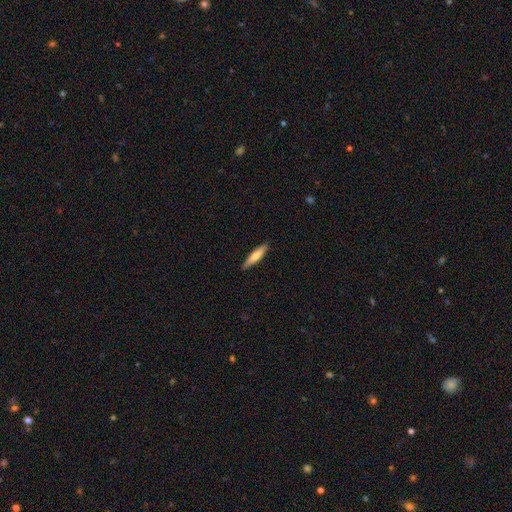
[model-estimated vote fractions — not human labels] Morphology: type=smooth (67%); roundness=cigar-shaped (83%); merging=none (90%).